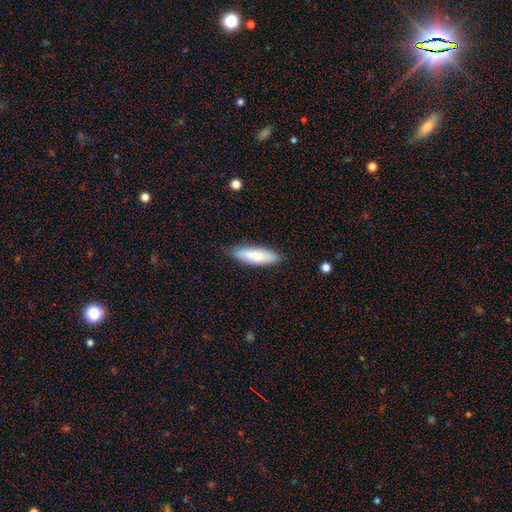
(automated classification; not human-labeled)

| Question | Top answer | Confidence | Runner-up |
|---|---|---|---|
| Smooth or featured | smooth | 83% | featured or disk (11%) |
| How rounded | cigar-shaped | 54% | in between (44%) |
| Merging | none | 84% | minor disturbance (13%) |